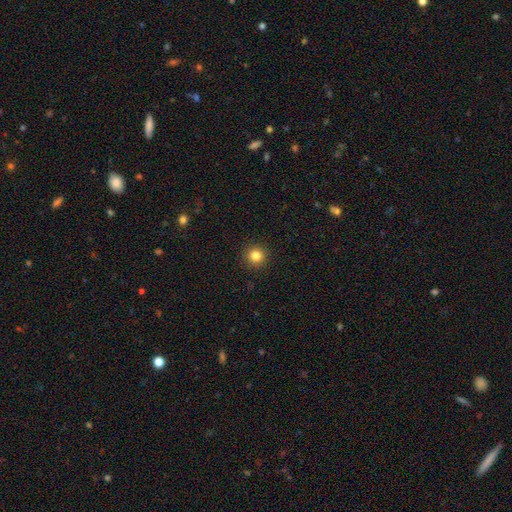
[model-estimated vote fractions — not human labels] A smooth galaxy with no disk features (84%) that is round (95%). Merging: none (93%).